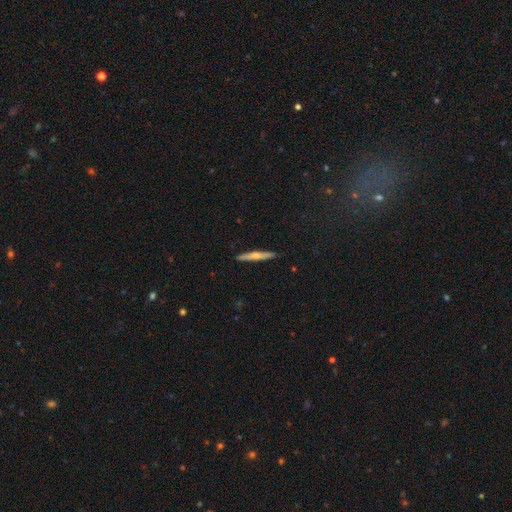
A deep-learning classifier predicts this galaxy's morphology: Q: Smooth or featured?
A: featured or disk (49%); runner-up: smooth (45%)
Q: Merging?
A: none (90%); runner-up: minor disturbance (7%)